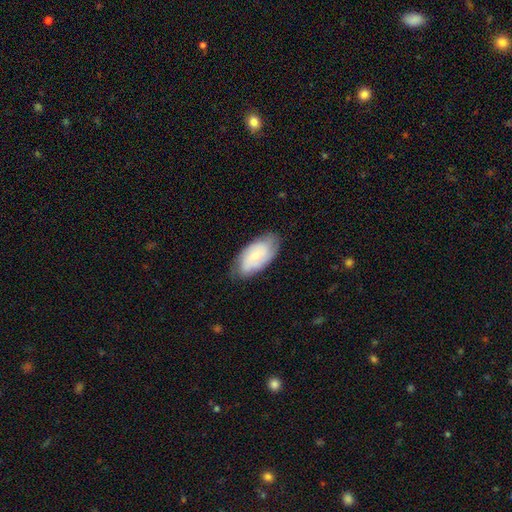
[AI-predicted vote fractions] This appears to be a featured or disk galaxy (48%). Merging: none (73%).